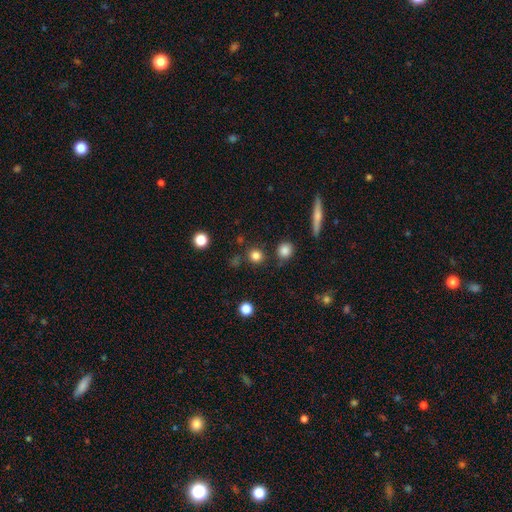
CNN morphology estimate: Smooth or featured?
  - smooth: 81% *
  - star or artifact: 14%
  - featured or disk: 5%
How rounded?
  - round: 91% *
  - in between: 7%
  - cigar-shaped: 1%
Merging?
  - none: 83% *
  - minor disturbance: 8%
  - merger: 7%
  - major disturbance: 3%